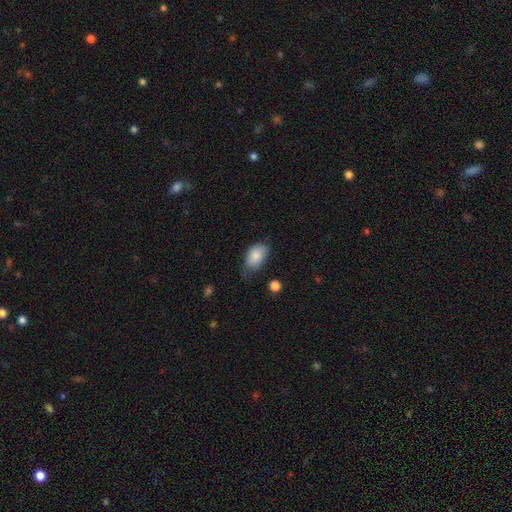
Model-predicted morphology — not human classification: Smooth or featured? smooth (85%)
How rounded? in between (91%)
Merging? none (52%)